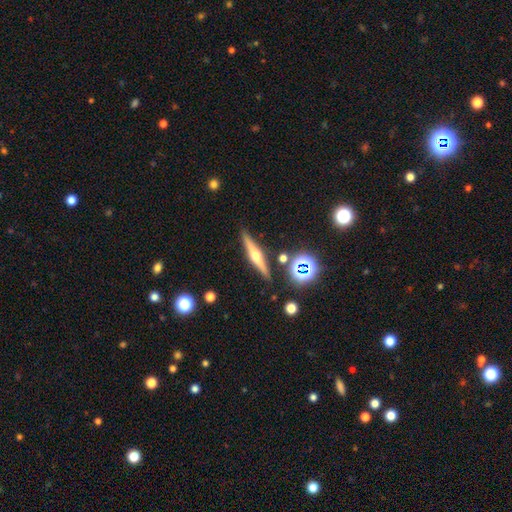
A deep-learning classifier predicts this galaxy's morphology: The model was most divided on "smooth or featured": featured or disk: 65%, smooth: 26%, star or artifact: 9%. More confident: edge-on disk — yes (97%); edge-on bulge — rounded (92%); merging — none (88%).